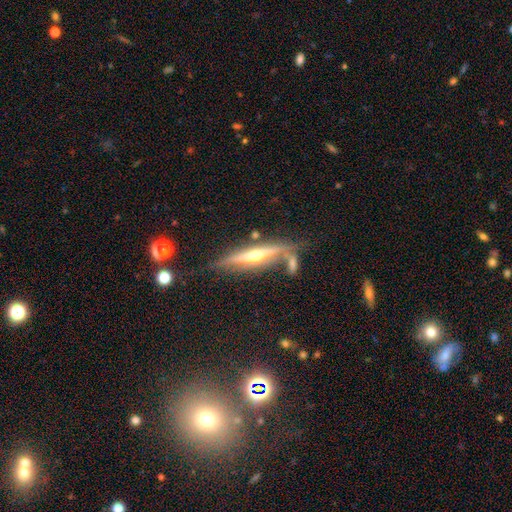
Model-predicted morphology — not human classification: Q: Smooth or featured?
A: featured or disk (77%); runner-up: smooth (16%)
Q: Edge-on disk?
A: yes (96%); runner-up: no (4%)
Q: Edge-on bulge?
A: rounded (88%); runner-up: none (7%)
Q: Merging?
A: none (68%); runner-up: minor disturbance (15%)